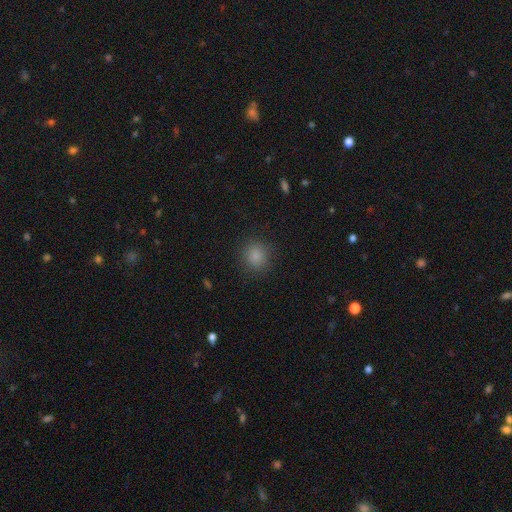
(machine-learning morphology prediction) smooth-or-featured: smooth: 85% | star or artifact: 11% | featured or disk: 4%
  how-rounded: round: 87% | in between: 12% | cigar-shaped: 1%
  merging: none: 88% | minor disturbance: 8% | major disturbance: 3% | merger: 1%